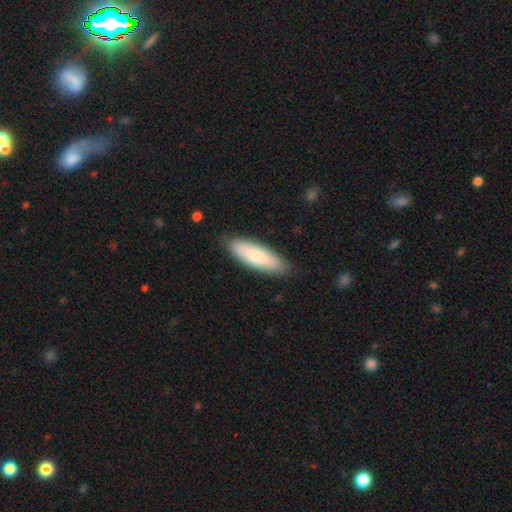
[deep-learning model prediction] Smooth or featured? smooth (78%)
How rounded? in between (58%)
Merging? none (86%)